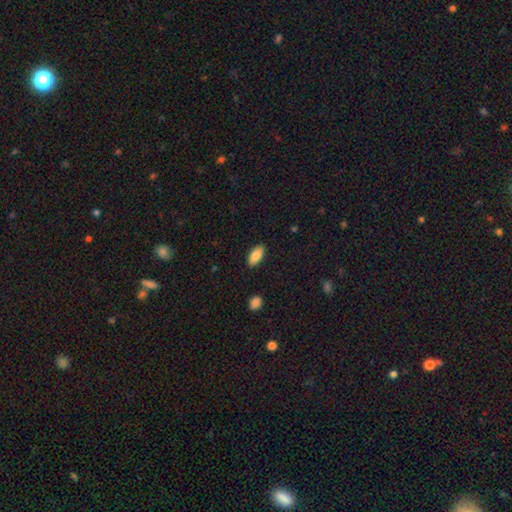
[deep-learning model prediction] Smooth or featured: smooth — 84% (featured or disk — 9%)
How rounded: in between — 89% (cigar-shaped — 9%)
Merging: none — 88% (minor disturbance — 9%)